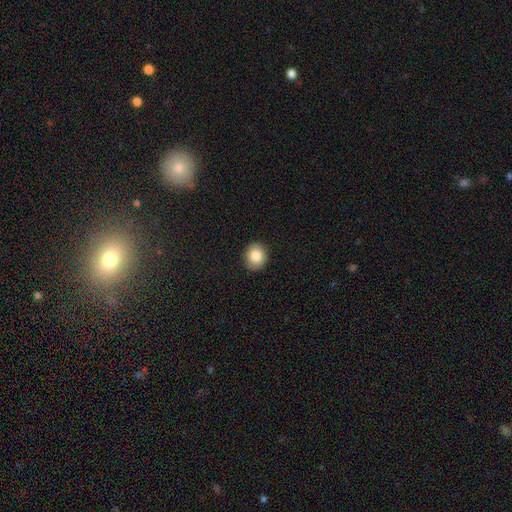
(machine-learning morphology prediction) smooth-or-featured: smooth: 85% | star or artifact: 9% | featured or disk: 6%
  how-rounded: round: 67% | in between: 32% | cigar-shaped: 1%
  merging: none: 89% | minor disturbance: 8% | major disturbance: 2% | merger: 1%